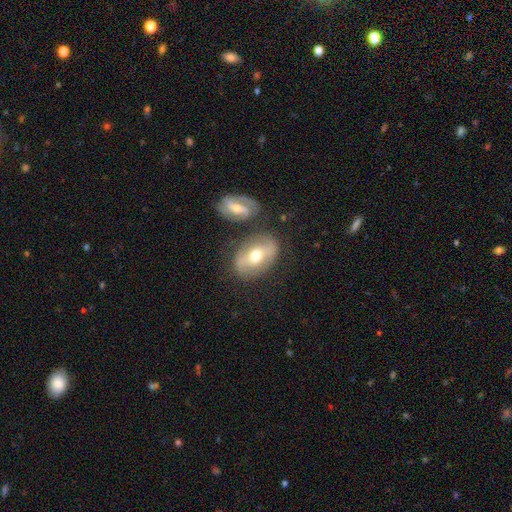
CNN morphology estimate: type=featured or disk (59%); edge-on=no (89%); bar=strong (40%); spiral arms=yes (59%); bulge=moderate (75%); merging=none (66%).